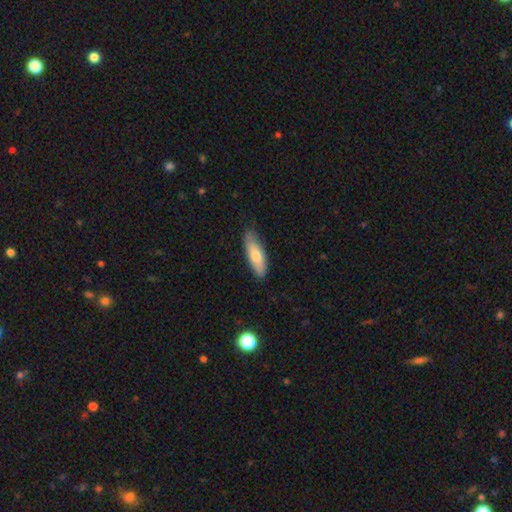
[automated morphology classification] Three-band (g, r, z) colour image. It shows a smooth galaxy with no disk features (72%) that is cigar-shaped (50%). Merging: none (81%).